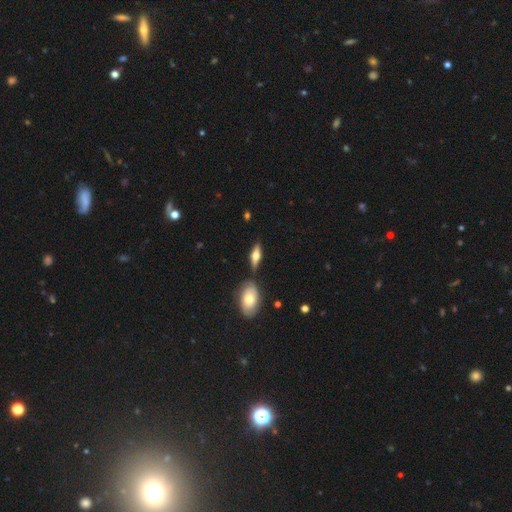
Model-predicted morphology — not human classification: smooth-or-featured: featured or disk: 47% | smooth: 46% | star or artifact: 7%
  merging: none: 74% | minor disturbance: 13% | merger: 10% | major disturbance: 3%